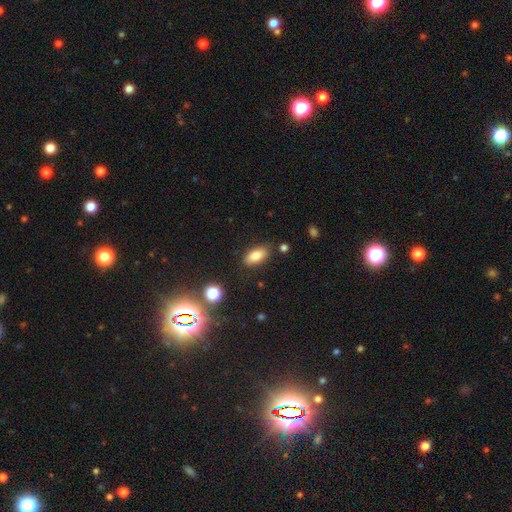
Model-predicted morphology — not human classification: smooth_or_featured: smooth (p=0.82) [alt: star or artifact p=0.09]
how_rounded: in between (p=0.87) [alt: cigar-shaped p=0.08]
merging: none (p=0.82) [alt: minor disturbance p=0.12]